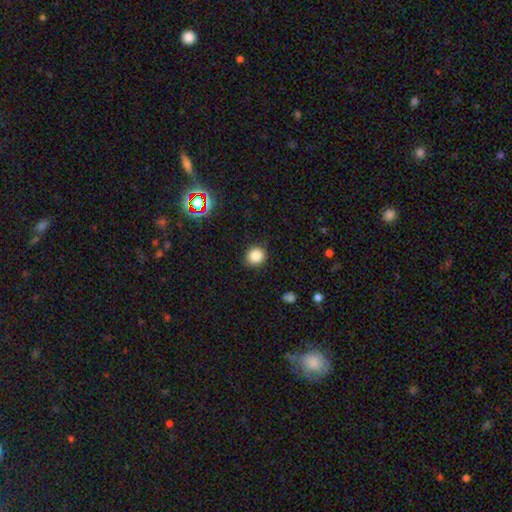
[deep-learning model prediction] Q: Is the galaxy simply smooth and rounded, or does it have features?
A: smooth — 83%.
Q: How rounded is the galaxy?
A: round — 82%.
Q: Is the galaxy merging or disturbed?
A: none — 87%.